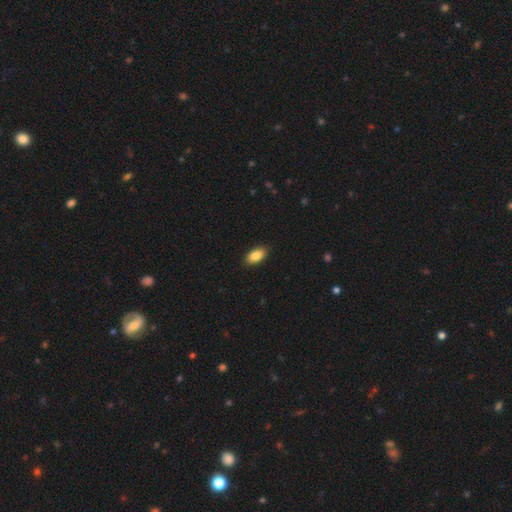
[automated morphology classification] Smooth or featured: smooth — 86% (featured or disk — 7%)
How rounded: in between — 93% (cigar-shaped — 4%)
Merging: none — 90% (minor disturbance — 8%)